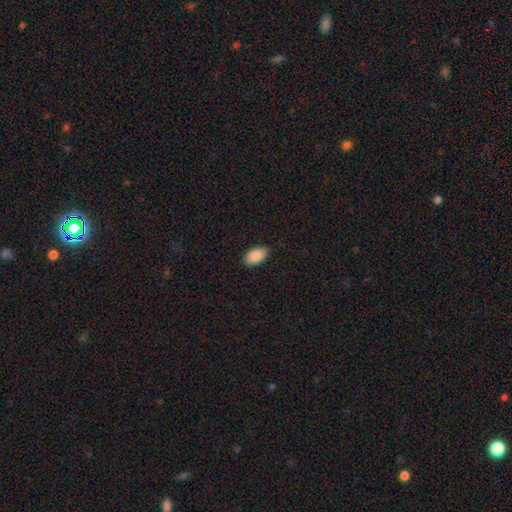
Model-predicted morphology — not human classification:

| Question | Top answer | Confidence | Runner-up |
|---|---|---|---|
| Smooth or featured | smooth | 90% | star or artifact (7%) |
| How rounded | in between | 94% | round (4%) |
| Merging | none | 84% | minor disturbance (13%) |